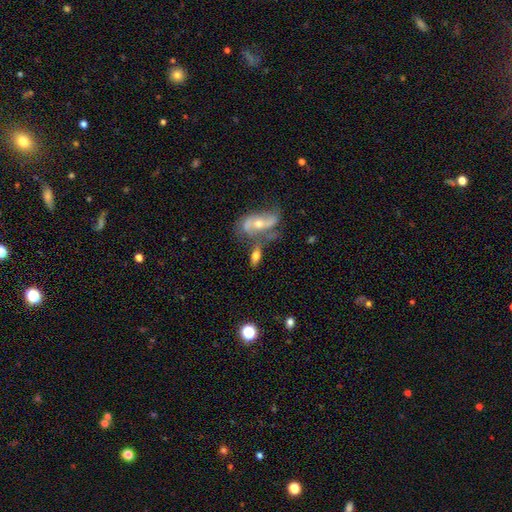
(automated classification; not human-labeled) This is possibly a smooth galaxy (54%). How rounded: likely in between (78%). Merging: marginally none (43%).